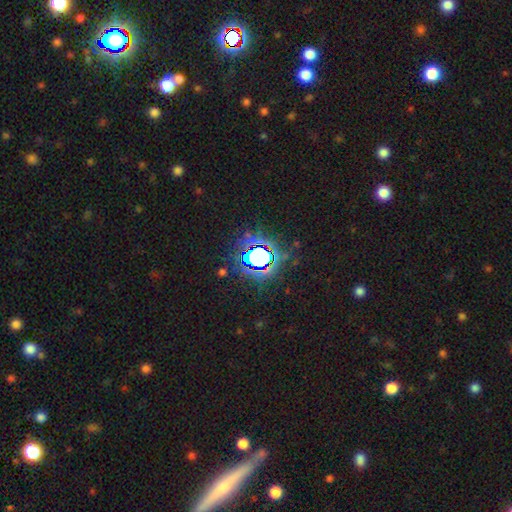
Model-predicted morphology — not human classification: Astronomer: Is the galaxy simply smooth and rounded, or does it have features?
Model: star or artifact — 70%.